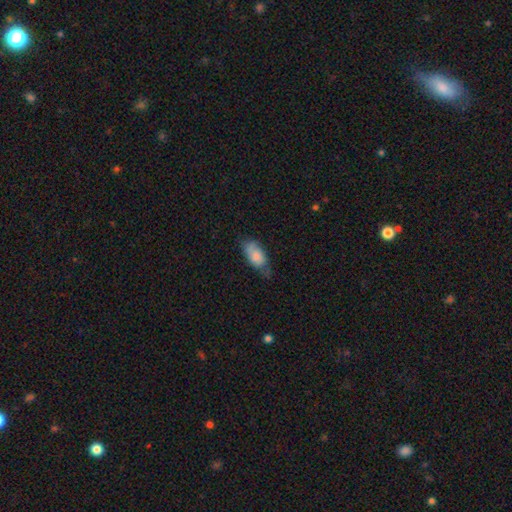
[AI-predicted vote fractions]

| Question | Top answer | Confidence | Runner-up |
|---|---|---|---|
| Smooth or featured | smooth | 79% | featured or disk (15%) |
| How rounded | in between | 90% | cigar-shaped (7%) |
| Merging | none | 50% | minor disturbance (37%) |